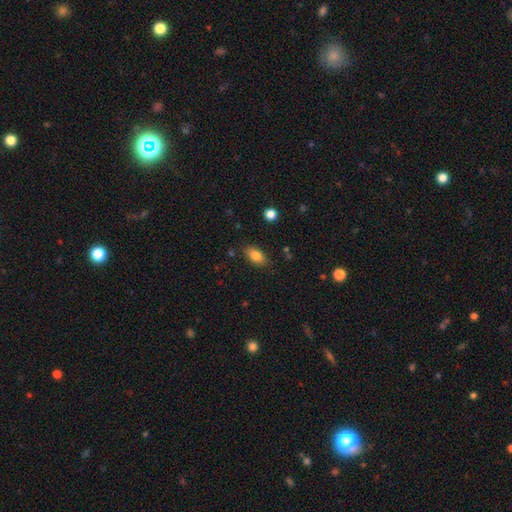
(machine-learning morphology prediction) smooth 82%, featured or disk 10%, star or artifact 8%. Down the decision tree: how rounded — in between (89%); merging — none (84%).